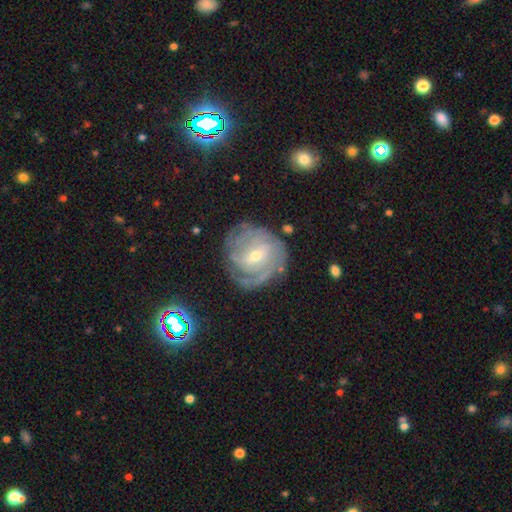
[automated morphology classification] featured or disk 86%, smooth 8%, star or artifact 6%. Down the decision tree: edge-on disk — no (97%); bar — weak (55%); spiral arms — yes (96%); spiral arm count — can't tell (34%); spiral winding — tight (71%); bulge size — small (58%); merging — none (74%).